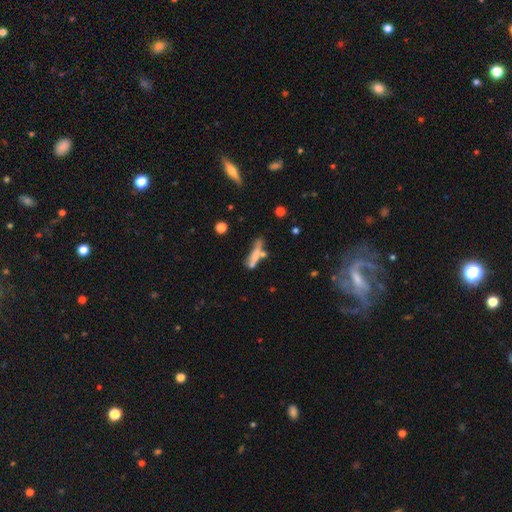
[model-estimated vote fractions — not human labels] Overall: smooth (58%; featured or disk 31%). How rounded: cigar-shaped (81%). Merging: none (42%; merger 24%).